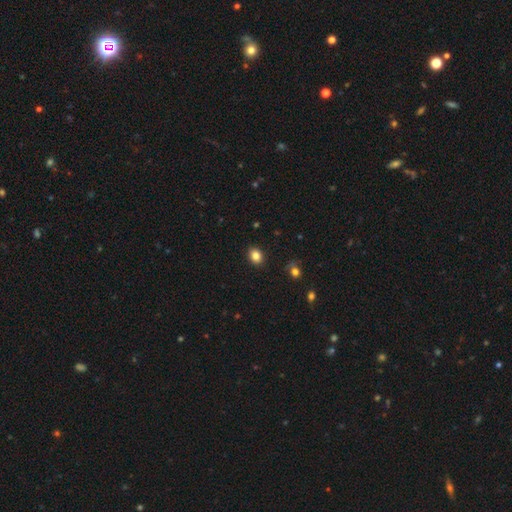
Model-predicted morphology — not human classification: Smooth or featured? Predicted: smooth (p=0.84). How rounded? Predicted: in between (p=0.56). Merging? Predicted: none (p=0.89).